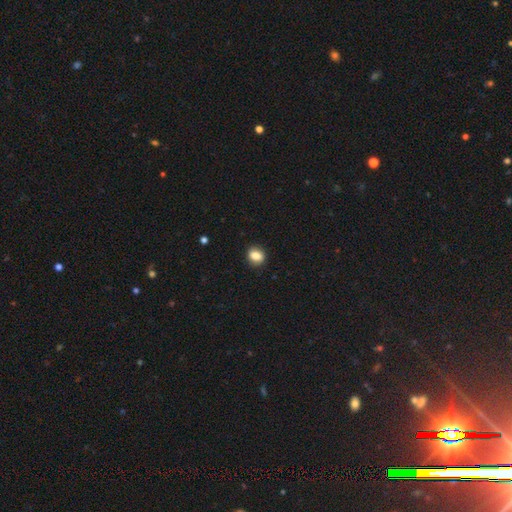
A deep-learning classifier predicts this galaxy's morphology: Smooth or featured? Predicted: smooth (p=0.82). How rounded? Predicted: round (p=0.55). Merging? Predicted: none (p=0.87).